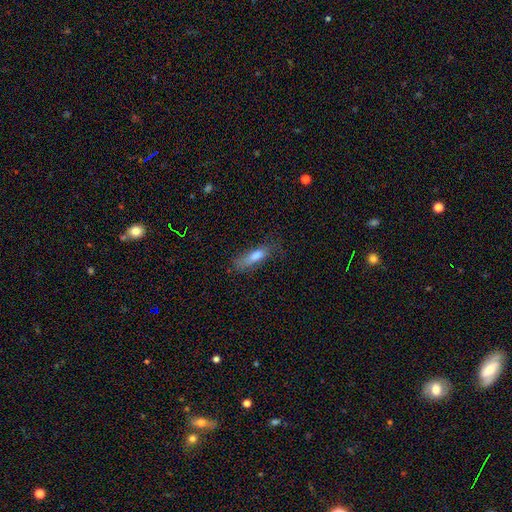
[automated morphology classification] A smooth galaxy with no disk features (71%) that is cigar-shaped (54%). Merging: none (56%).